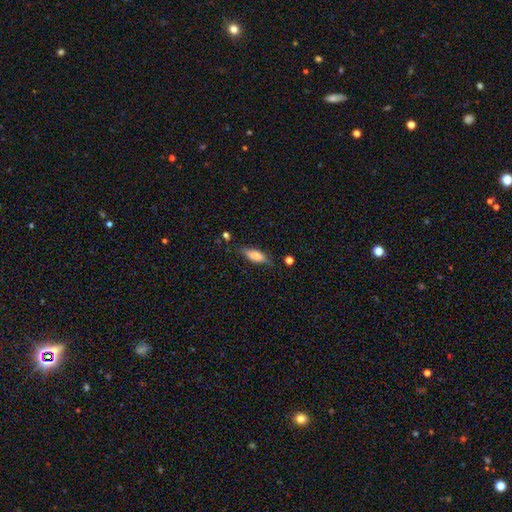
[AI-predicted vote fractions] Smooth or featured? Predicted: smooth (p=0.73). How rounded? Predicted: in between (p=0.67). Merging? Predicted: none (p=0.75).